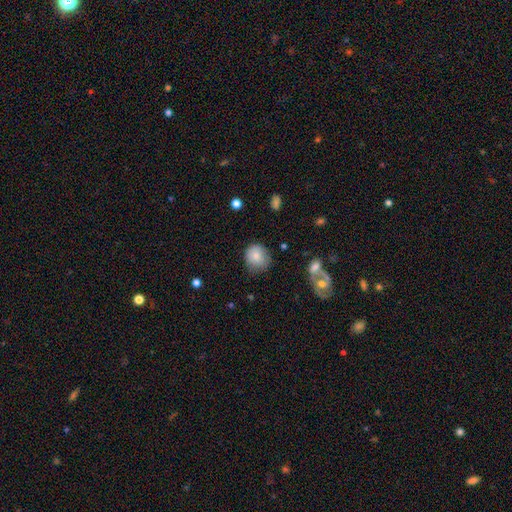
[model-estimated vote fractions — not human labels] A smooth galaxy with no disk features (81%) that is round (82%).

Vote fractions:
- Smooth or featured? smooth: 81% / featured or disk: 11% / star or artifact: 9%
- How rounded? round: 82% / in between: 17% / cigar-shaped: 1%
- Merging? none: 69% / minor disturbance: 23% / major disturbance: 6% / merger: 3%